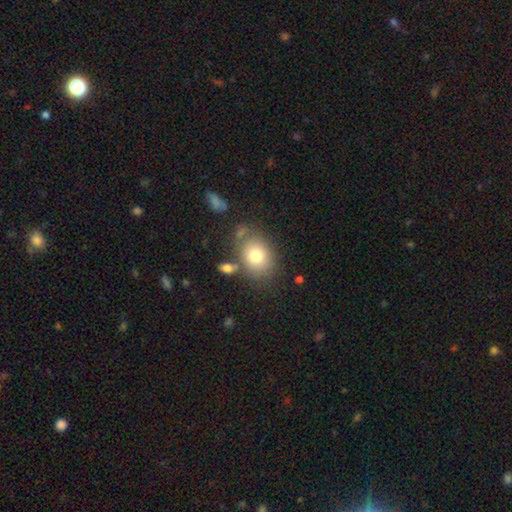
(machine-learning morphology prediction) smooth_or_featured: smooth (p=0.78) [alt: featured or disk p=0.13]
how_rounded: in between (p=0.65) [alt: round p=0.34]
merging: none (p=0.66) [alt: minor disturbance p=0.16]